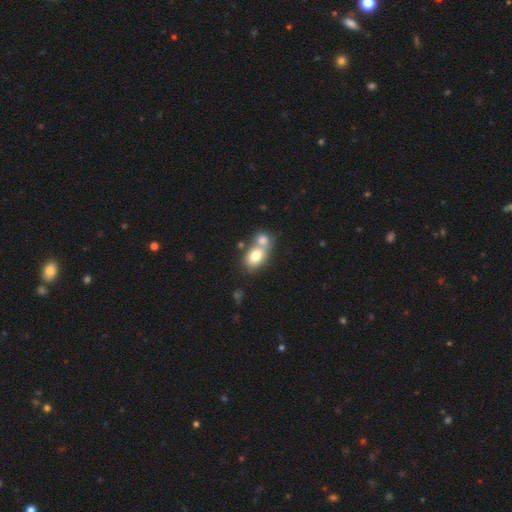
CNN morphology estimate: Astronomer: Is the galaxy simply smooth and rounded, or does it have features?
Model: smooth — 75%.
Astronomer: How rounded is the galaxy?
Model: in between — 75%.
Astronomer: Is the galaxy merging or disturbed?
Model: merger — 58%.